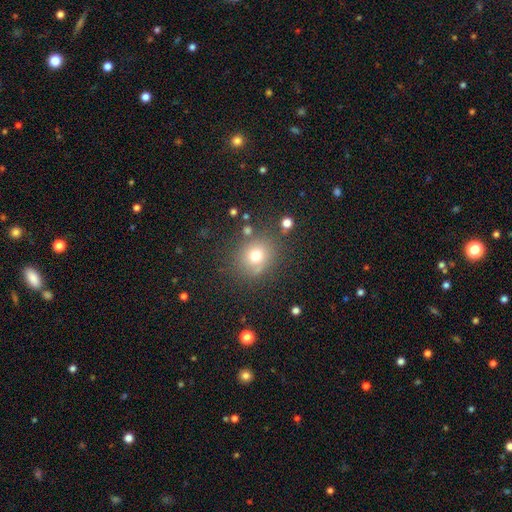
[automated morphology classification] Overall: smooth (72%). How rounded: round (82%). Merging: none (76%).